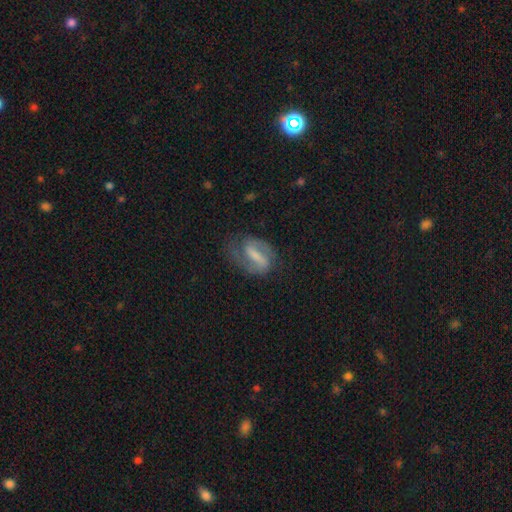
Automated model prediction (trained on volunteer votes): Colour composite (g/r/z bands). It shows a featured or disk galaxy (73%) with a strong bar (61%), 2 (83%) medium (49%) spiral arms (87%) and no central bulge (32%). Merging: none (64%).